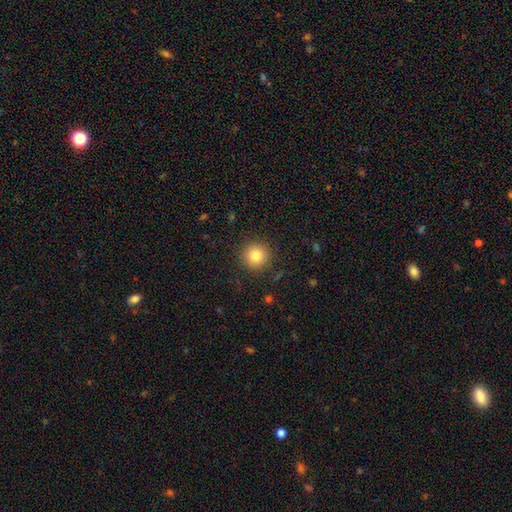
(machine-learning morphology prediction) This appears to be a smooth galaxy with no disk features (81%) that is round (95%). Merging: none (90%).